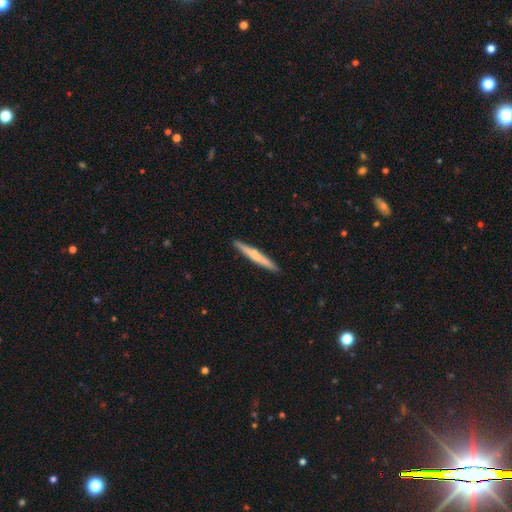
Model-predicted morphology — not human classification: Smooth or featured: smooth — 58% (featured or disk — 37%)
How rounded: cigar-shaped — 97% (in between — 2%)
Merging: none — 92% (minor disturbance — 6%)